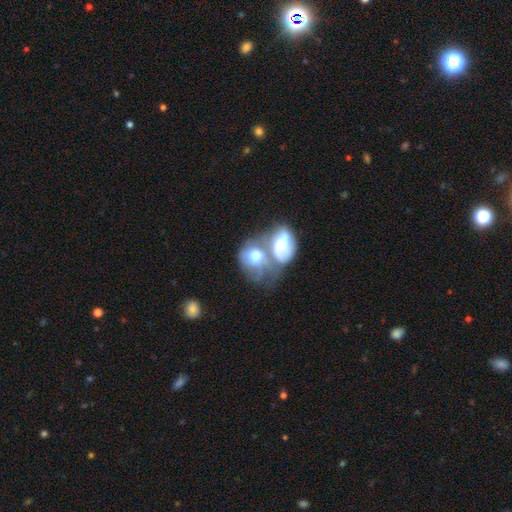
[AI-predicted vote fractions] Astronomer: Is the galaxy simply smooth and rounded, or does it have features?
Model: smooth — 51% (runner-up: featured or disk, 41%).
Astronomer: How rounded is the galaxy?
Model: in between — 58% (runner-up: round, 40%).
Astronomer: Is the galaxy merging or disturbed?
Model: merger — 69%.